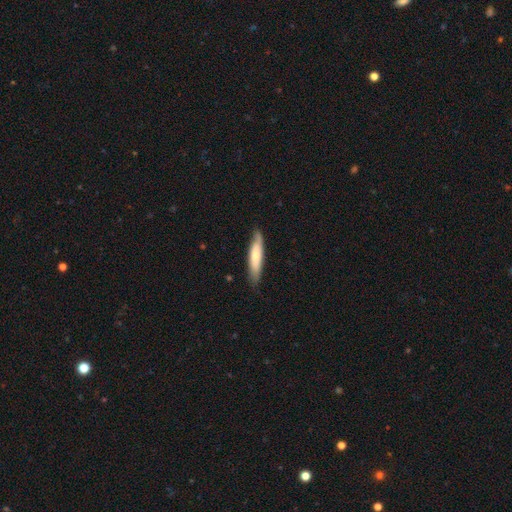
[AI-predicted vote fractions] Smooth or featured? Predicted: smooth (p=0.67). How rounded? Predicted: cigar-shaped (p=0.79). Merging? Predicted: none (p=0.77).